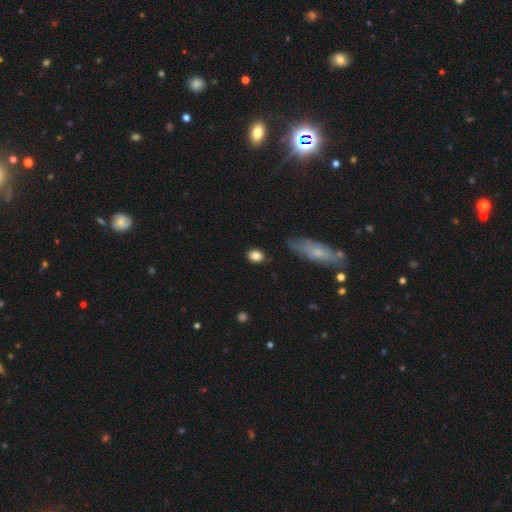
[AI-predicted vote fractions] smooth-or-featured: smooth: 85% | star or artifact: 8% | featured or disk: 6%
  how-rounded: in between: 53% | round: 45% | cigar-shaped: 2%
  merging: none: 83% | minor disturbance: 12% | major disturbance: 3% | merger: 2%